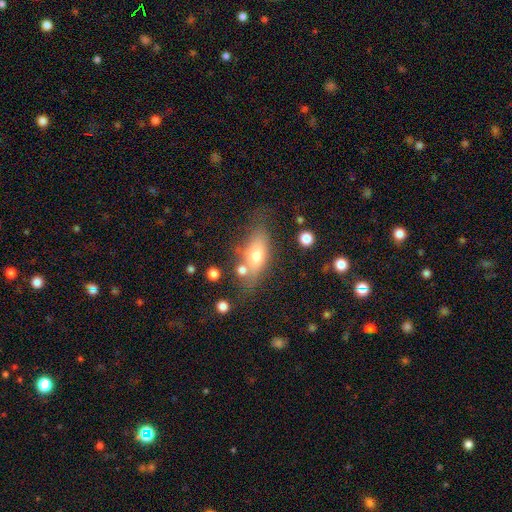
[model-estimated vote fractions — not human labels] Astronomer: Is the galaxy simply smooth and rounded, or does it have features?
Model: smooth — 65%.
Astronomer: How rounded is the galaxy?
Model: in between — 74%.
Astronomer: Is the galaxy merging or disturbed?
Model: none — 56%.